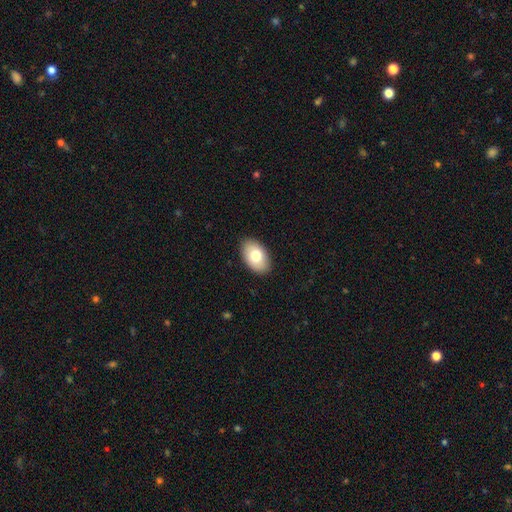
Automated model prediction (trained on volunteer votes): Overall: smooth (75%). How rounded: in between (92%). Merging: none (89%).